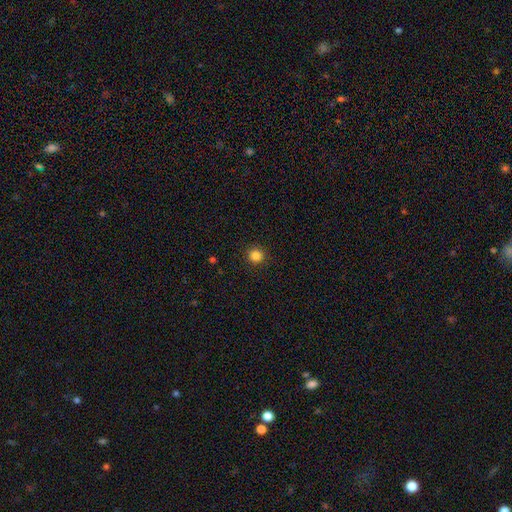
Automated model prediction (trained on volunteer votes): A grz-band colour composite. It shows a smooth galaxy with no disk features (84%) that is round (94%). Merging: none (92%).